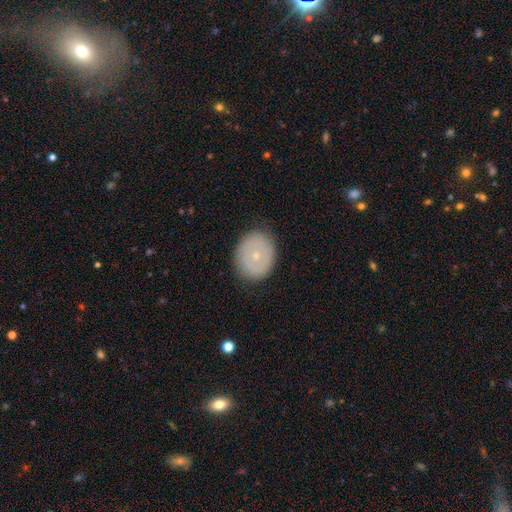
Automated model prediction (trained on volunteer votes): A smooth galaxy with no disk features (58%) that is round (60%). Merging: none (86%).